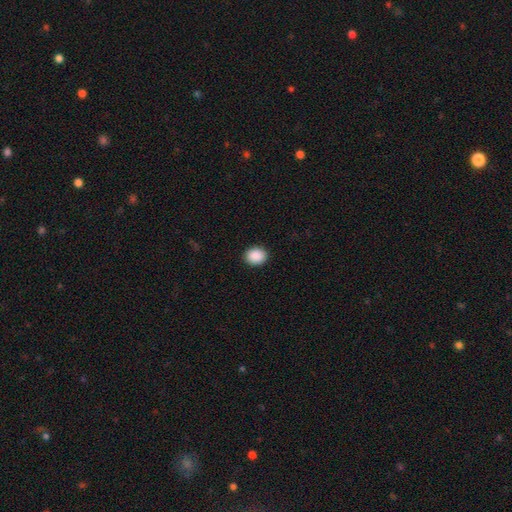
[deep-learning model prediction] Smooth or featured? smooth (90%)
How rounded? in between (51%)
Merging? none (91%)